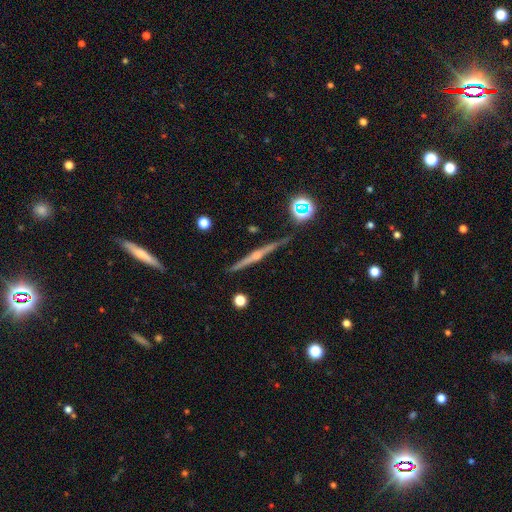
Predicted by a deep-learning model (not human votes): A featured or disk galaxy (75%) viewed edge-on (98%) with a rounded central bulge (72%). Merging: none (89%).